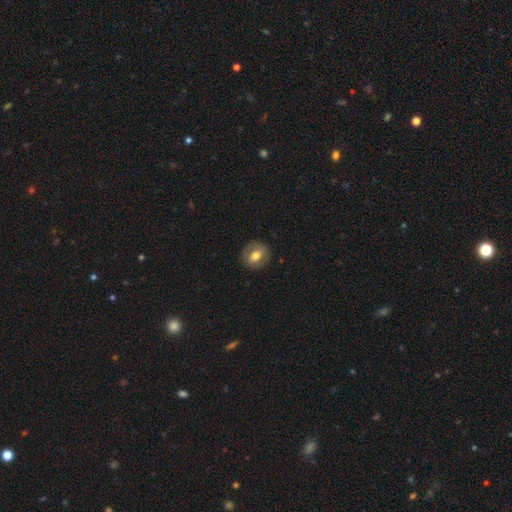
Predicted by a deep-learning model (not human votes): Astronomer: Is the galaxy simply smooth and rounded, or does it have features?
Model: smooth — 60%.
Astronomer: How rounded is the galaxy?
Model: round — 73%.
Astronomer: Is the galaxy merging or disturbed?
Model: none — 85%.